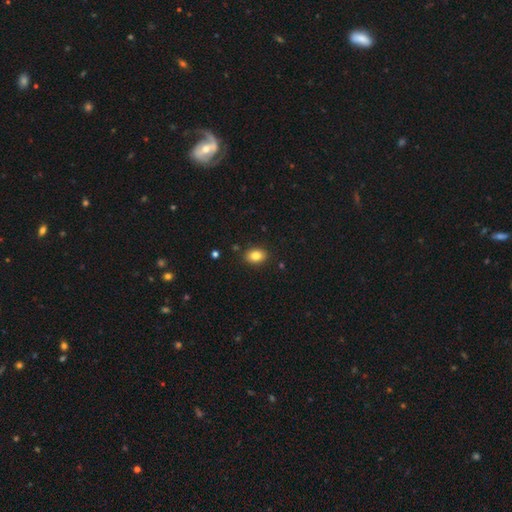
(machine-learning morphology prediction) The model was most divided on "how rounded": in between: 78%, round: 21%, cigar-shaped: 1%. More confident: merging — none (88%); smooth or featured — smooth (84%).